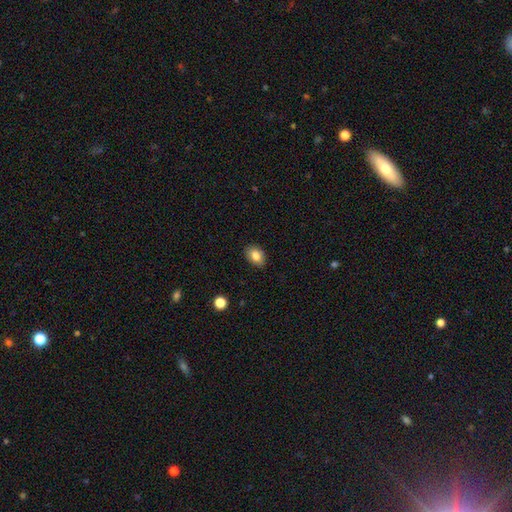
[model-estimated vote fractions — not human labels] Smooth or featured: smooth — 82% (featured or disk — 10%)
How rounded: in between — 78% (round — 21%)
Merging: none — 87% (minor disturbance — 10%)